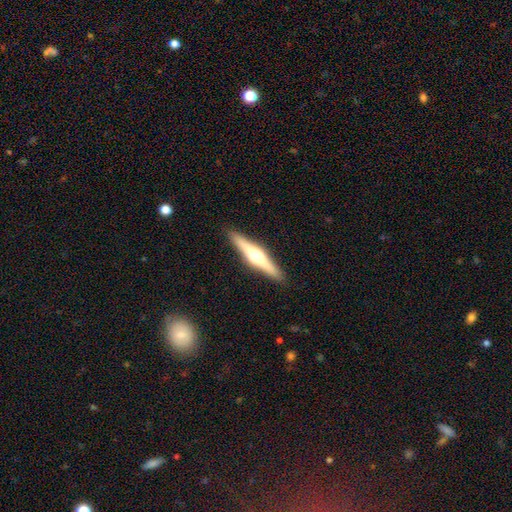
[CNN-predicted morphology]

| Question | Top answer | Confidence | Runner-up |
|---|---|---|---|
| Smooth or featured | featured or disk | 71% | smooth (24%) |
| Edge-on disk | yes | 97% | no (3%) |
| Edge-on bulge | rounded | 95% | boxy (3%) |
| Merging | none | 91% | minor disturbance (6%) |